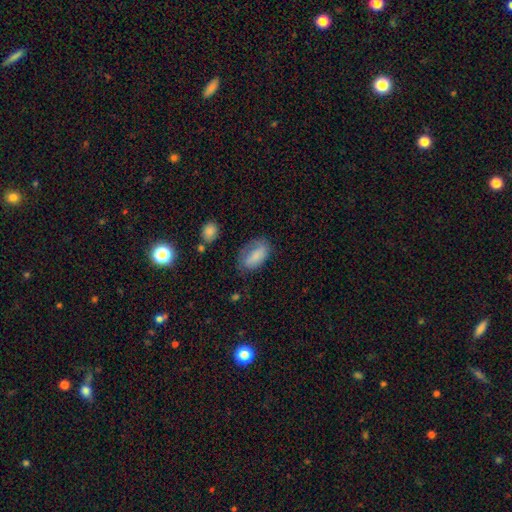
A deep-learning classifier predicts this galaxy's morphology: type=smooth (75%); roundness=in between (91%); merging=none (53%).